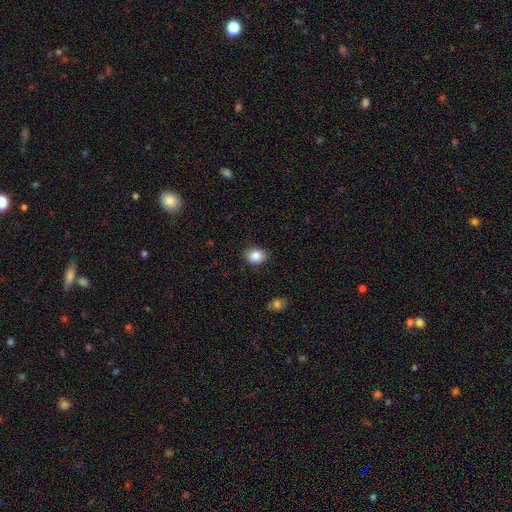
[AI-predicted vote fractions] smooth_or_featured: smooth (p=0.86) [alt: star or artifact p=0.09]
how_rounded: round (p=0.54) [alt: in between p=0.45]
merging: none (p=0.86) [alt: minor disturbance p=0.11]